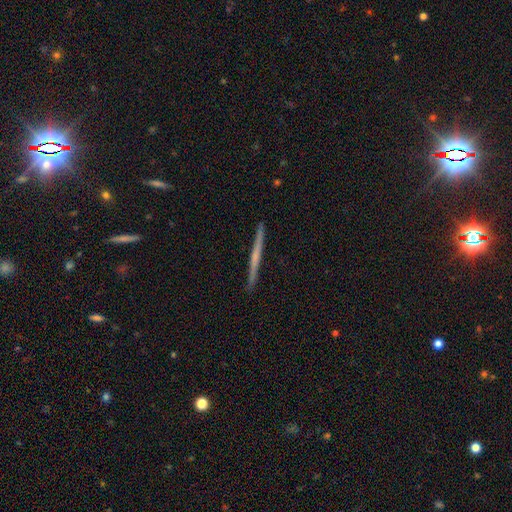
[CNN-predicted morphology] Smooth or featured? featured or disk (59%)
Edge-on disk? yes (98%)
Edge-on bulge? none (79%)
Merging? none (93%)